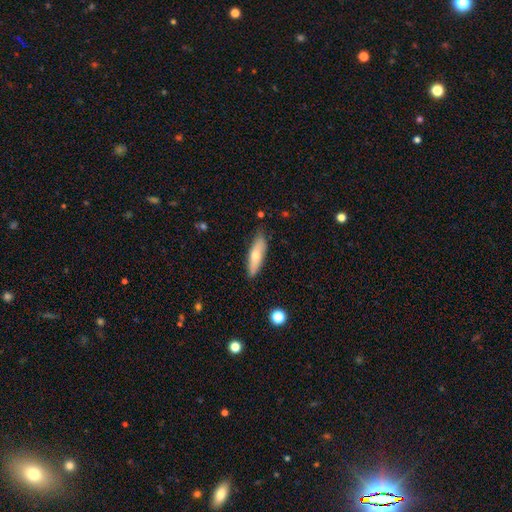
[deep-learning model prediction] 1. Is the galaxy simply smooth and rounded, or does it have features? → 67% smooth, 27% featured or disk, 6% star or artifact.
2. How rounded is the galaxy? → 58% cigar-shaped, 40% in between, 2% round.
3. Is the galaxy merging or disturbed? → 79% none, 17% minor disturbance, 3% major disturbance, 2% merger.